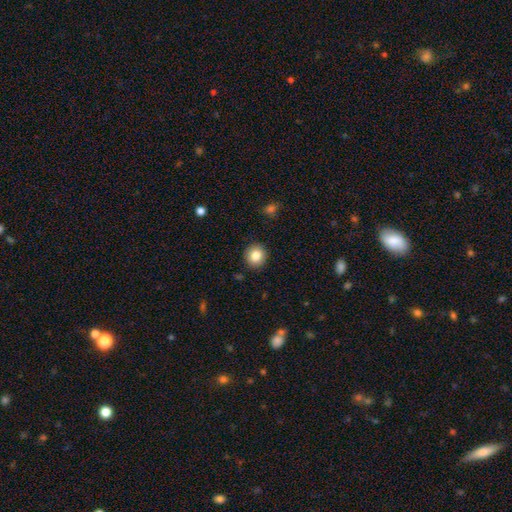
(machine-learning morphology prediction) Smooth or featured?
  - smooth: 84% *
  - star or artifact: 9%
  - featured or disk: 7%
How rounded?
  - round: 90% *
  - in between: 9%
  - cigar-shaped: 1%
Merging?
  - none: 91% *
  - minor disturbance: 6%
  - major disturbance: 2%
  - merger: 1%